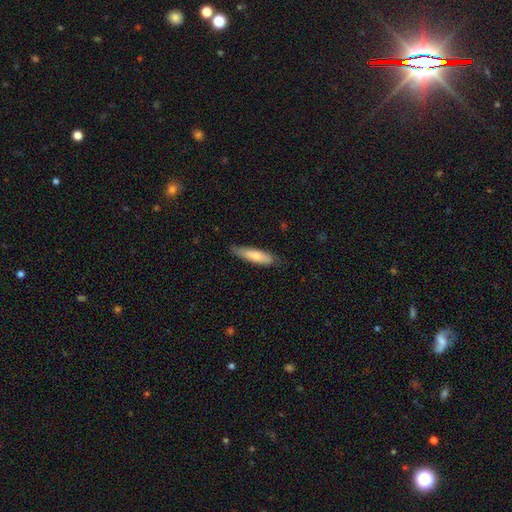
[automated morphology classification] Smooth or featured?
  - smooth: 71% *
  - featured or disk: 24%
  - star or artifact: 5%
How rounded?
  - cigar-shaped: 70% *
  - in between: 28%
  - round: 1%
Merging?
  - none: 76% *
  - minor disturbance: 20%
  - major disturbance: 3%
  - merger: 1%